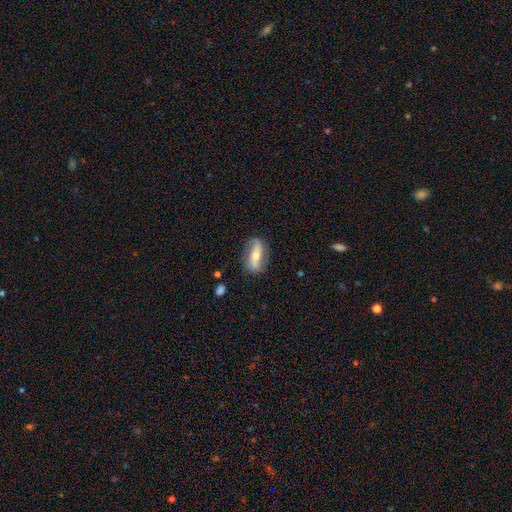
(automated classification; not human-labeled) Smooth or featured? Predicted: featured or disk (p=0.55). Edge-on disk? Predicted: no (p=0.72). Merging? Predicted: none (p=0.77).